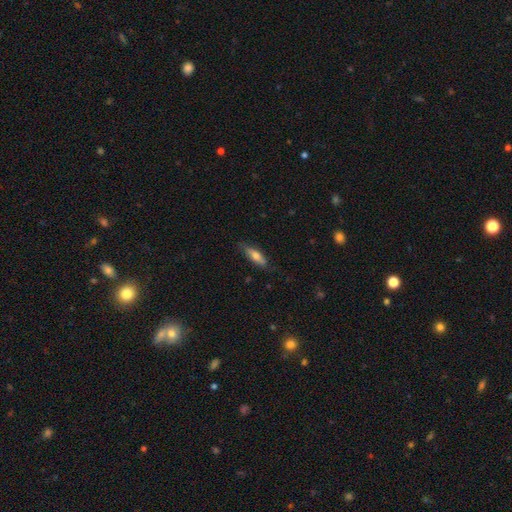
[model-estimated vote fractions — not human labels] Smooth or featured? smooth (67%)
How rounded? cigar-shaped (51%)
Merging? none (76%)